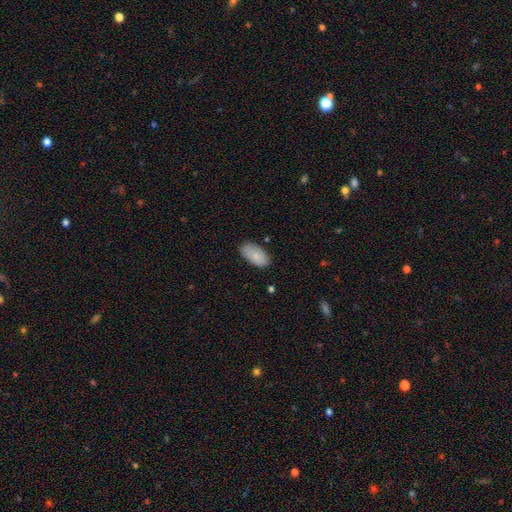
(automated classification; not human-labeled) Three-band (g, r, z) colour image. It shows a smooth galaxy with no disk features (83%) that is in between round and cigar-shaped (95%). Merging: none (82%).